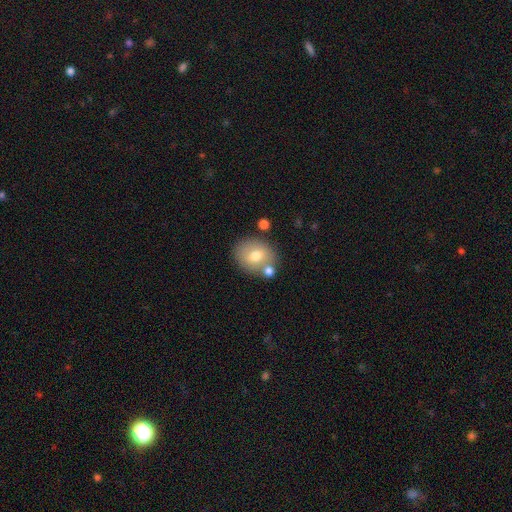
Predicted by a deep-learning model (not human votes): Q: Smooth or featured?
A: smooth (70%); runner-up: featured or disk (21%)
Q: How rounded?
A: round (60%); runner-up: in between (39%)
Q: Merging?
A: none (70%); runner-up: merger (14%)